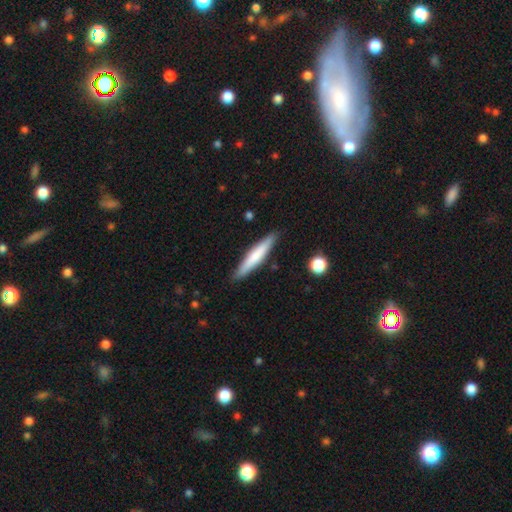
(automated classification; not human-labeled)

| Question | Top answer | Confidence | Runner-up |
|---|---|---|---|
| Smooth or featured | smooth | 64% | featured or disk (31%) |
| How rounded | cigar-shaped | 92% | in between (7%) |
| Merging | none | 88% | minor disturbance (9%) |